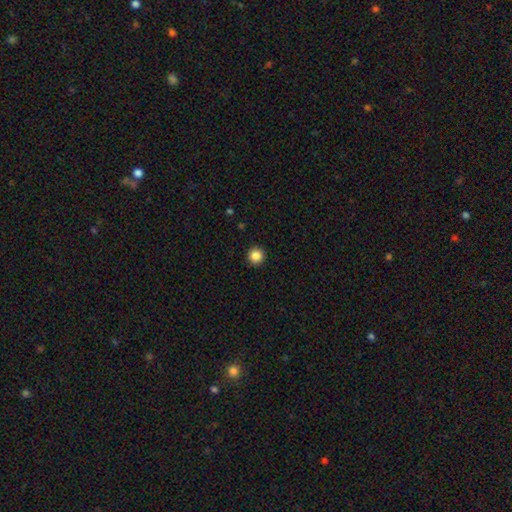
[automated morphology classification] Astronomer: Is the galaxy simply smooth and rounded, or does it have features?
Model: smooth — 86%.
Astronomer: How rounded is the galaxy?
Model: round — 96%.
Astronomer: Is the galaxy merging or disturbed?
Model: none — 93%.